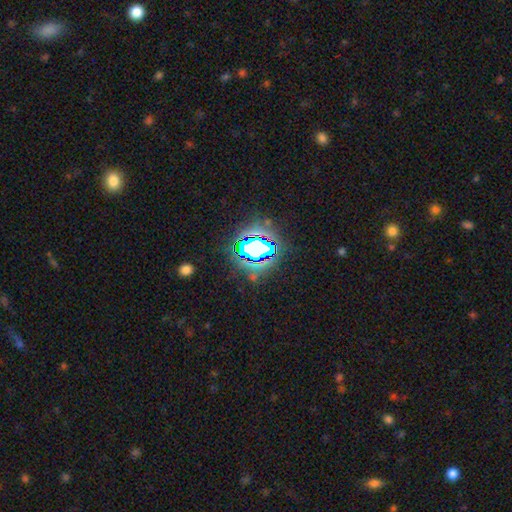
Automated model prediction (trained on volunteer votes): smooth_or_featured: star or artifact (p=0.80) [alt: smooth p=0.13]